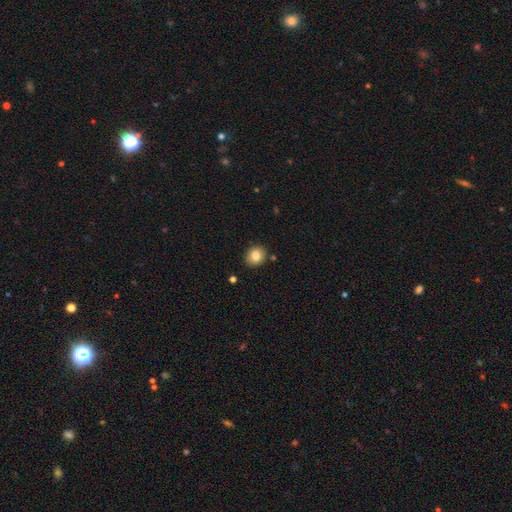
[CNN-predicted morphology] A smooth galaxy with no disk features (81%) that is round (70%). Merging: none (87%).